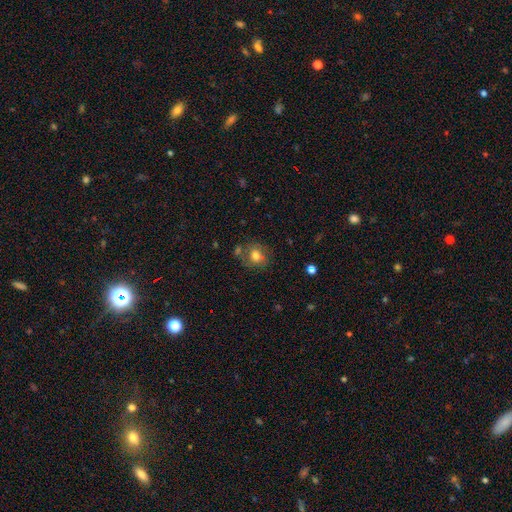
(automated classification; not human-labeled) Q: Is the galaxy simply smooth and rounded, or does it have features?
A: smooth — 72%.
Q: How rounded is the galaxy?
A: round — 69%.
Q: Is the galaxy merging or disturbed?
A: none — 68%.